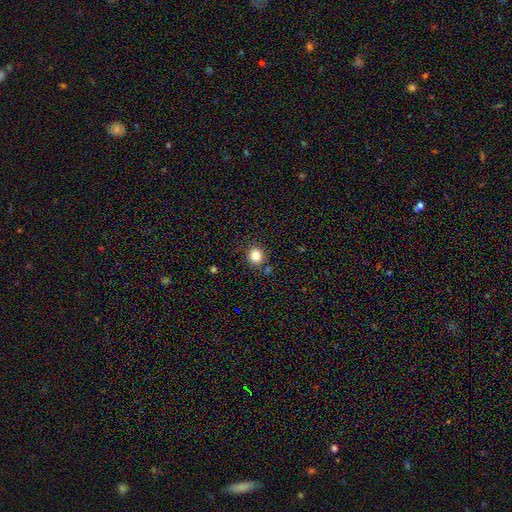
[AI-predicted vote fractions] Smooth or featured: smooth — 82% (star or artifact — 12%)
How rounded: round — 86% (in between — 13%)
Merging: none — 86% (minor disturbance — 8%)